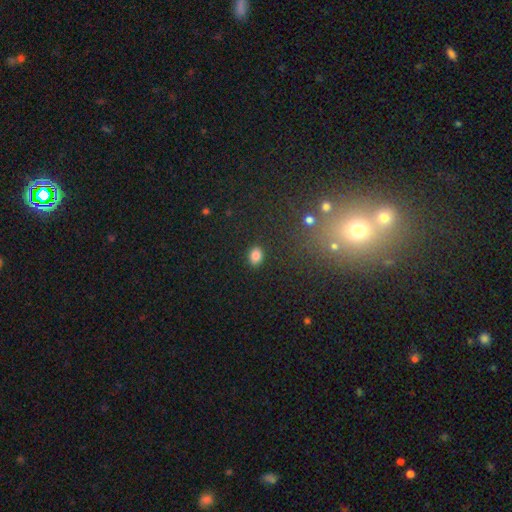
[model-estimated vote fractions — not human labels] Smooth or featured: smooth — 85% (star or artifact — 11%)
How rounded: in between — 64% (round — 35%)
Merging: none — 89% (minor disturbance — 7%)